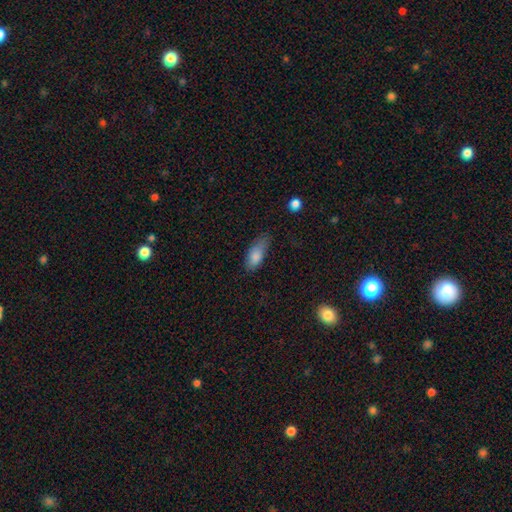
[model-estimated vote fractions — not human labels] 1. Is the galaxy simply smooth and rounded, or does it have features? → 83% smooth, 10% featured or disk, 8% star or artifact.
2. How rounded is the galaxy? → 81% in between, 16% cigar-shaped, 3% round.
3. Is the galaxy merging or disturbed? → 52% none, 36% minor disturbance, 10% major disturbance, 2% merger.